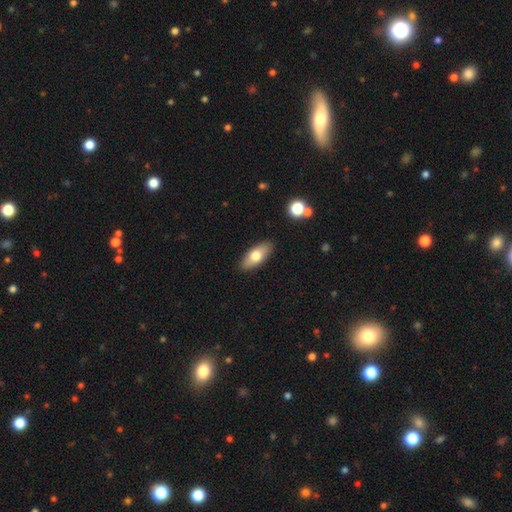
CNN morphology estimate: type=smooth (70%); roundness=in between (79%); merging=none (88%).